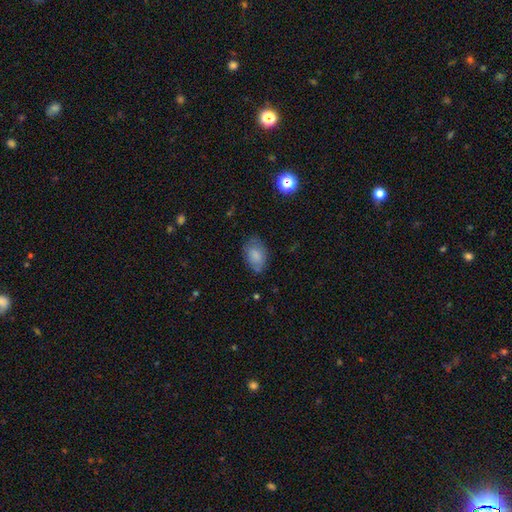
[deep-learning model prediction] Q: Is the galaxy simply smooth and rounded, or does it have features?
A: smooth — 80%.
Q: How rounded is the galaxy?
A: in between — 89%.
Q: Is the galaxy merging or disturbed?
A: none — 70%.